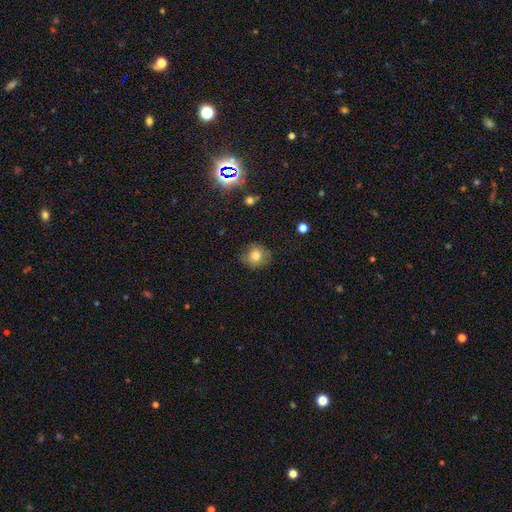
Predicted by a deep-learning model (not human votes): Overall: smooth (76%). How rounded: round (81%). Merging: none (77%).